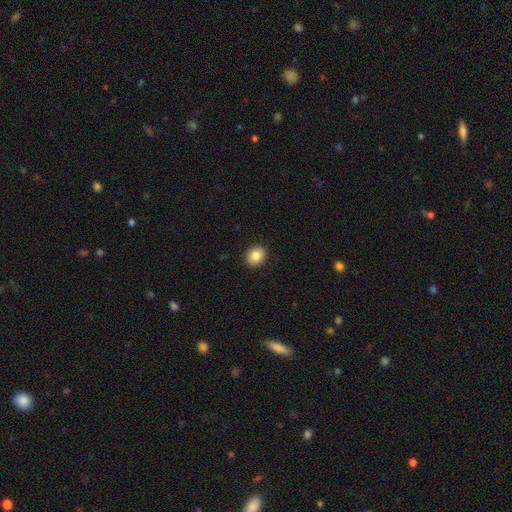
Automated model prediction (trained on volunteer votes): The model was most divided on "how rounded": round: 71%, in between: 28%, cigar-shaped: 1%. More confident: merging — none (92%); smooth or featured — smooth (84%).